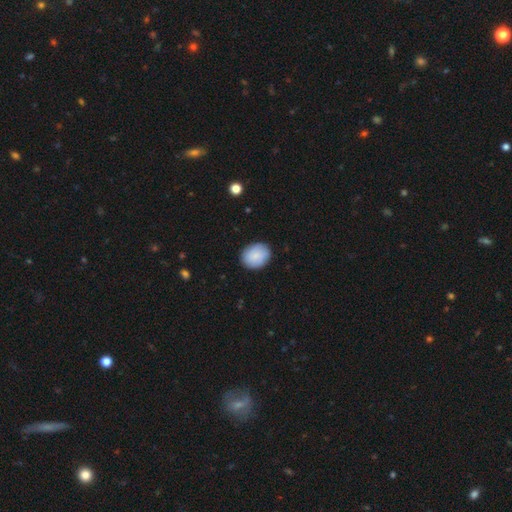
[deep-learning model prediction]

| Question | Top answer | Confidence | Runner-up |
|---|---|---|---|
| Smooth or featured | smooth | 82% | featured or disk (11%) |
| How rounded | round | 53% | in between (46%) |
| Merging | none | 86% | minor disturbance (10%) |